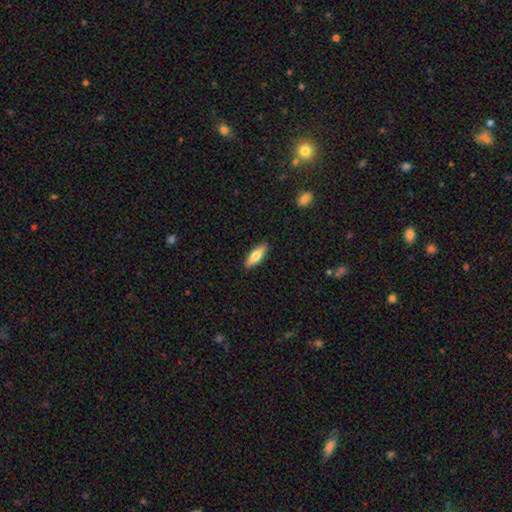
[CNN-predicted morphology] Smooth or featured?
  - smooth: 67% *
  - featured or disk: 27%
  - star or artifact: 6%
How rounded?
  - cigar-shaped: 54% *
  - in between: 44%
  - round: 2%
Merging?
  - none: 89% *
  - minor disturbance: 8%
  - major disturbance: 2%
  - merger: 1%